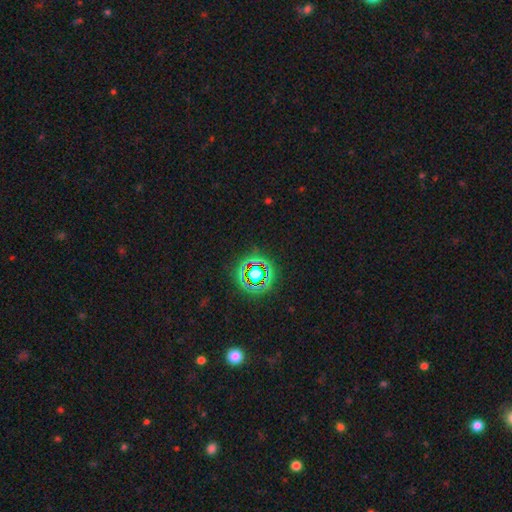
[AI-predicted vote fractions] Overall: star or artifact (75%).